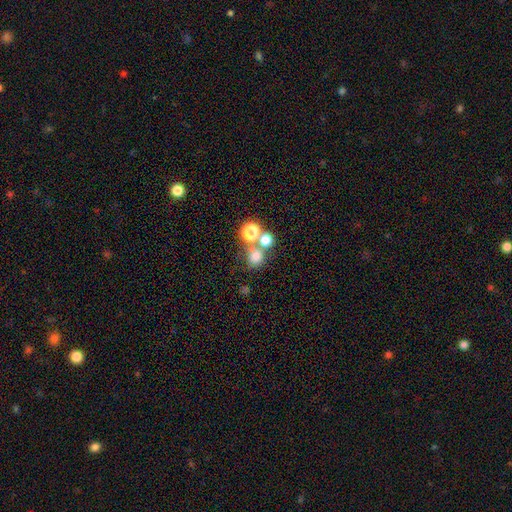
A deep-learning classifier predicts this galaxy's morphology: This is likely a smooth galaxy (71%). How rounded: likely round (80%). Merging: possibly none (46%).